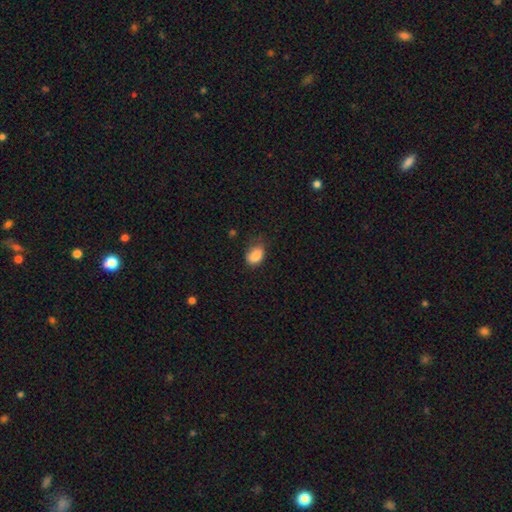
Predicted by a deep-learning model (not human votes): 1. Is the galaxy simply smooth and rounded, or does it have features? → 86% smooth, 9% star or artifact, 5% featured or disk.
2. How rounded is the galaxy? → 81% in between, 18% round, 1% cigar-shaped.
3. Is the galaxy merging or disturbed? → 55% none, 33% minor disturbance, 9% major disturbance, 2% merger.